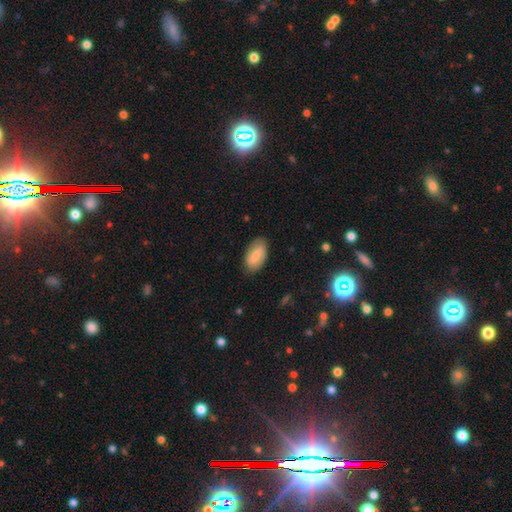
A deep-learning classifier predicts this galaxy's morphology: This is likely a smooth galaxy (65%). How rounded: clearly in between (94%). Merging: clearly none (81%).